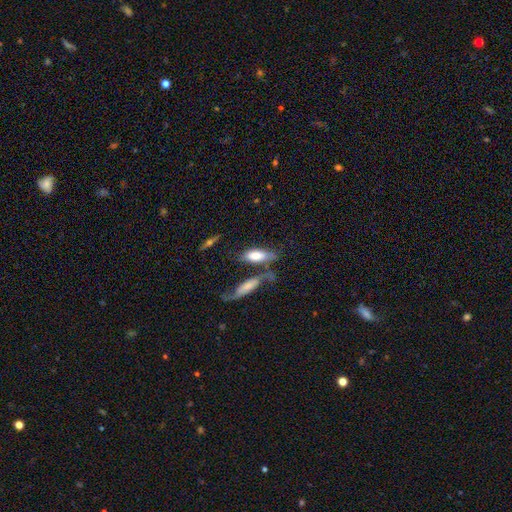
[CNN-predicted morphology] Smooth or featured? smooth (69%)
How rounded? in between (65%)
Merging? none (44%)